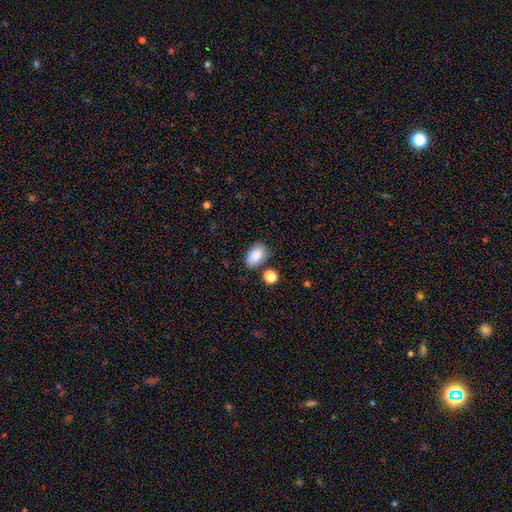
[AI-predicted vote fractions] Morphology: type=smooth (87%); roundness=in between (89%); merging=none (71%).